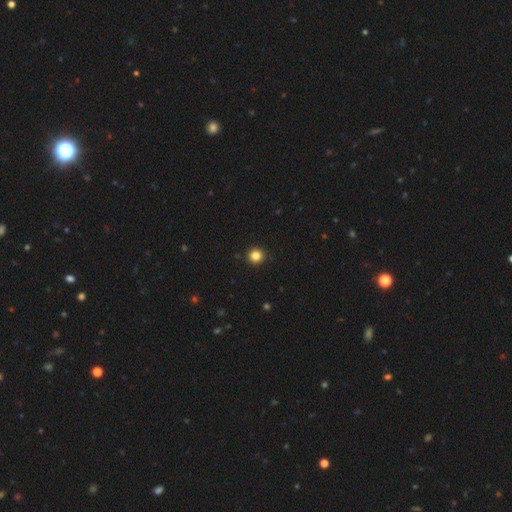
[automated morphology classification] A smooth galaxy with no disk features (83%) that is round (94%). Merging: none (93%).